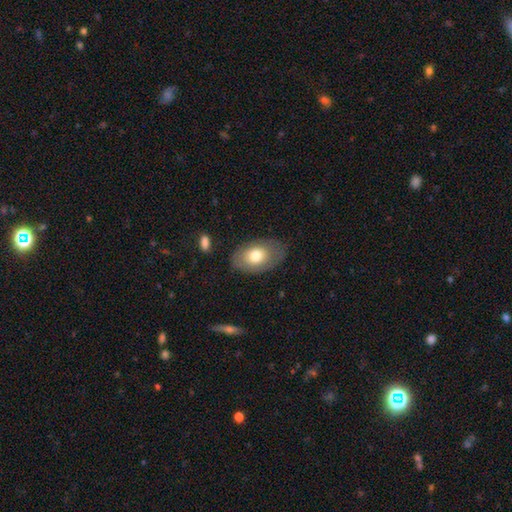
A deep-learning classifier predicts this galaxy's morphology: smooth_or_featured: smooth (p=0.70) [alt: featured or disk p=0.23]
how_rounded: in between (p=0.89) [alt: round p=0.10]
merging: none (p=0.72) [alt: minor disturbance p=0.19]